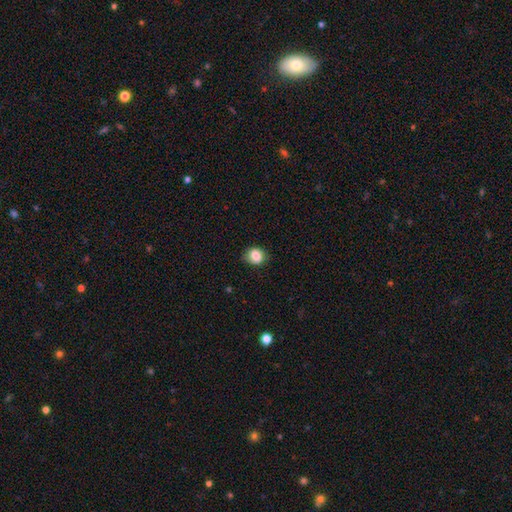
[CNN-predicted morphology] This appears to be a smooth galaxy with no disk features (84%) that is round (61%). Merging: none (80%).